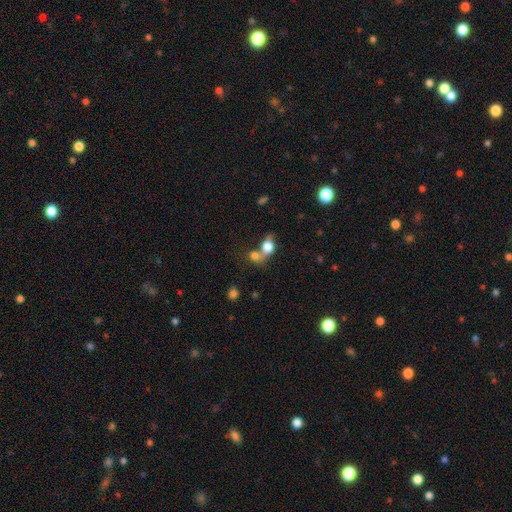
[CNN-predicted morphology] Smooth or featured? Predicted: smooth (p=0.72). How rounded? Predicted: in between (p=0.50). Merging? Predicted: merger (p=0.61).